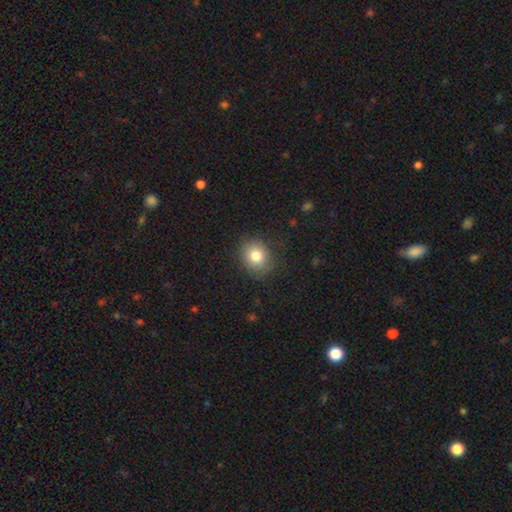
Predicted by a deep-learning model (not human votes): Smooth or featured: smooth — 80% (star or artifact — 11%)
How rounded: round — 69% (in between — 31%)
Merging: none — 83% (minor disturbance — 12%)